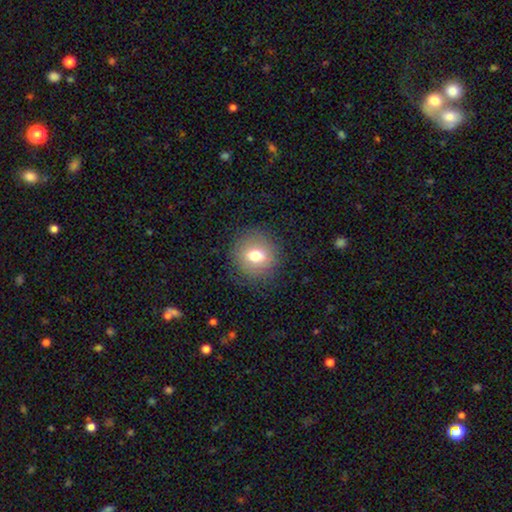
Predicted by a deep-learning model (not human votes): The model was most divided on "smooth or featured": smooth: 67%, featured or disk: 22%, star or artifact: 11%. More confident: merging — none (84%); how rounded — round (78%).